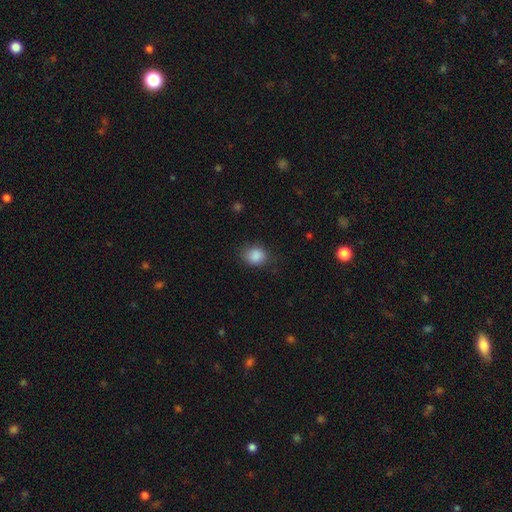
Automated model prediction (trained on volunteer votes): smooth 87%, star or artifact 9%, featured or disk 4%. Down the decision tree: how rounded — round (58%); merging — none (76%).